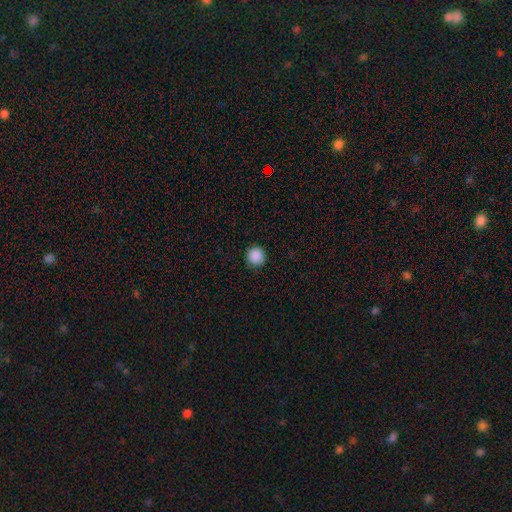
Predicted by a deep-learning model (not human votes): Morphology: type=smooth (88%); roundness=round (95%); merging=none (89%).